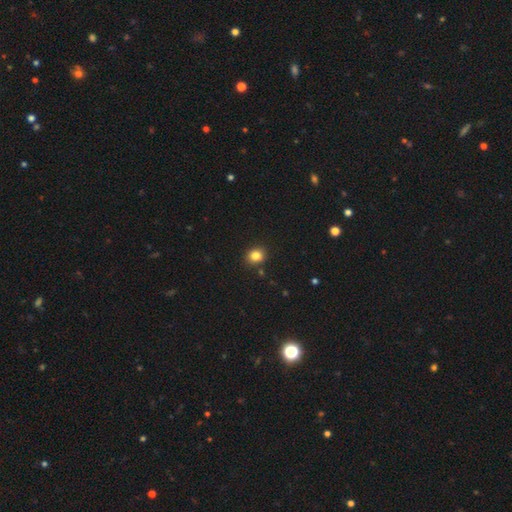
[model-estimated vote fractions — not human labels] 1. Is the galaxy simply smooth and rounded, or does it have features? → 83% smooth, 12% star or artifact, 5% featured or disk.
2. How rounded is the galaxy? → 70% round, 29% in between, 1% cigar-shaped.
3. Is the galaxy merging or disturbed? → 87% none, 8% minor disturbance, 3% merger, 2% major disturbance.